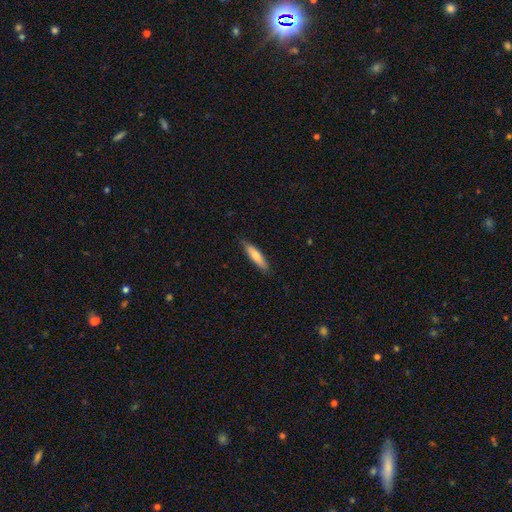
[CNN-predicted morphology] A smooth galaxy with no disk features (72%) that is cigar-shaped (77%).

Vote fractions:
- Smooth or featured? smooth: 72% / featured or disk: 22% / star or artifact: 6%
- How rounded? cigar-shaped: 77% / in between: 22% / round: 1%
- Merging? none: 84% / minor disturbance: 13% / major disturbance: 2% / merger: 1%